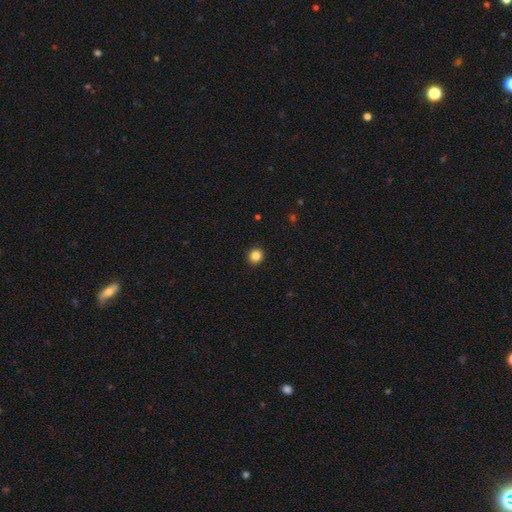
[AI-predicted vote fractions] A smooth galaxy with no disk features (84%) that is round (90%). Merging: none (93%).